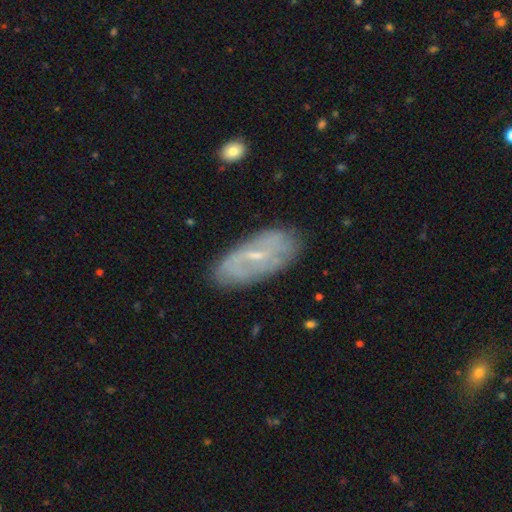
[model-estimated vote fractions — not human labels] Smooth or featured?
  - featured or disk: 68% *
  - smooth: 25%
  - star or artifact: 7%
Edge-on disk?
  - no: 88% *
  - yes: 12%
Bar?
  - weak: 52% *
  - strong: 25%
  - no: 23%
Spiral arms?
  - yes: 67% *
  - no: 33%
Bulge size?
  - small: 69% *
  - moderate: 21%
  - none: 8%
  - large: 1%
  - dominant: 1%
Merging?
  - none: 78% *
  - minor disturbance: 16%
  - major disturbance: 4%
  - merger: 2%